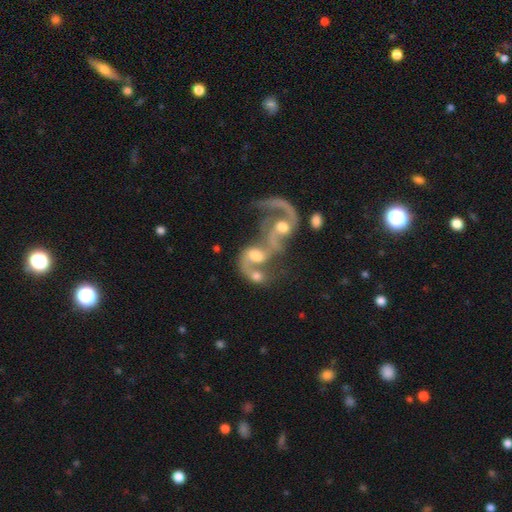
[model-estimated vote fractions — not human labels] This is likely a featured or disk galaxy (73%). It is clearly not viewed edge-on (97%). Bar: likely no (62%). Spiral arm pattern: clearly yes (81%). Spiral arm count: possibly 2 (51%). Spiral winding: possibly loose (57%). Central bulge: possibly moderate (55%). Merging: likely merger (77%).